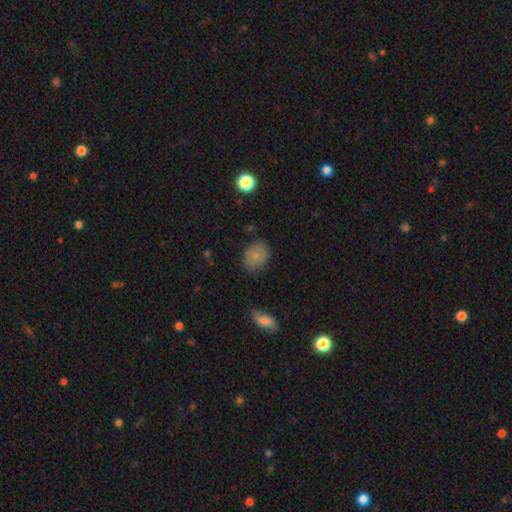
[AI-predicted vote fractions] smooth 68%, featured or disk 23%, star or artifact 9%. Down the decision tree: how rounded — in between (59%); merging — none (74%).